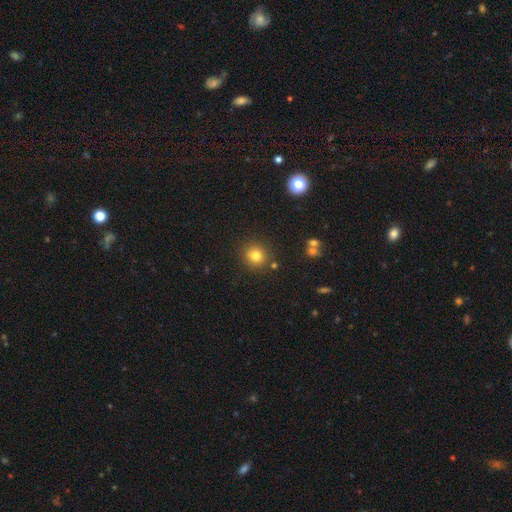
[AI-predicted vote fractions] A smooth galaxy with no disk features (79%) that is round (90%). Merging: none (85%).